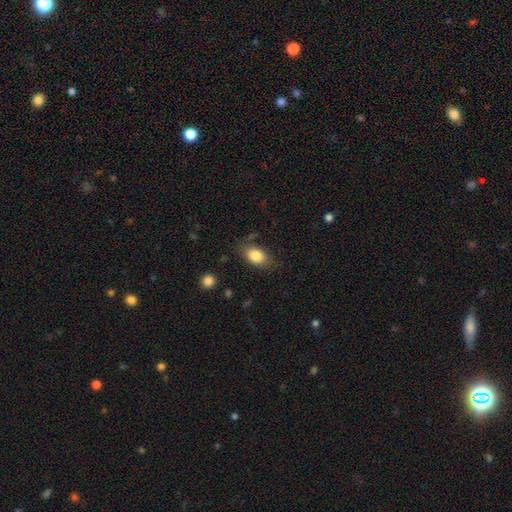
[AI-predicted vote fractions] Q: Smooth or featured?
A: smooth (84%); runner-up: featured or disk (8%)
Q: How rounded?
A: in between (85%); runner-up: round (13%)
Q: Merging?
A: none (74%); runner-up: minor disturbance (18%)